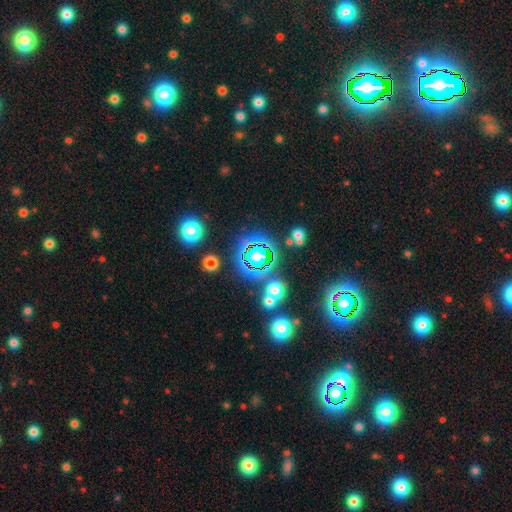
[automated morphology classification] star or artifact 60%, smooth 27%, featured or disk 14%.